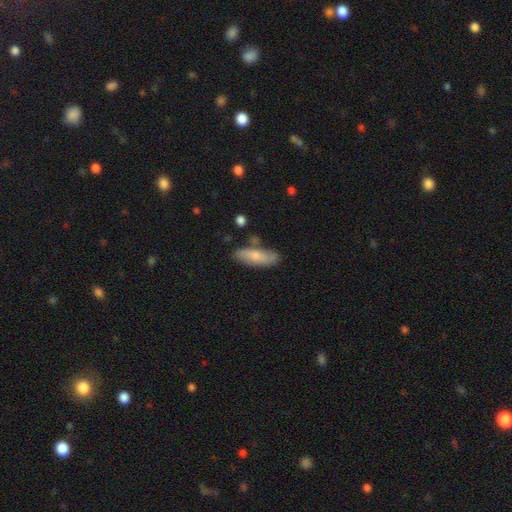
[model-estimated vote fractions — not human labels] A smooth galaxy with no disk features (72%) that is in between round and cigar-shaped (62%). Merging: none (71%).